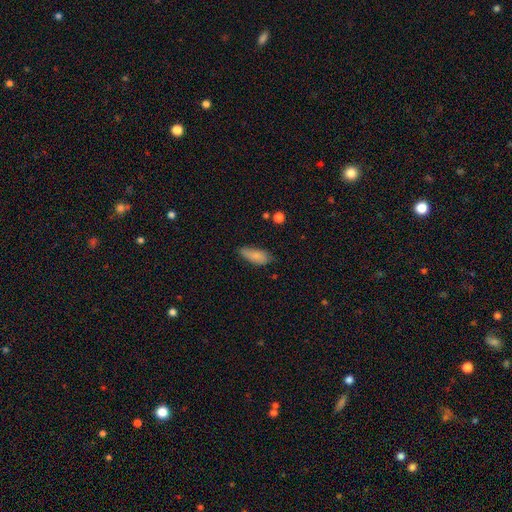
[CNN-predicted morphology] This appears to be a smooth galaxy with no disk features (81%) that is in between round and cigar-shaped (78%). Merging: none (63%).